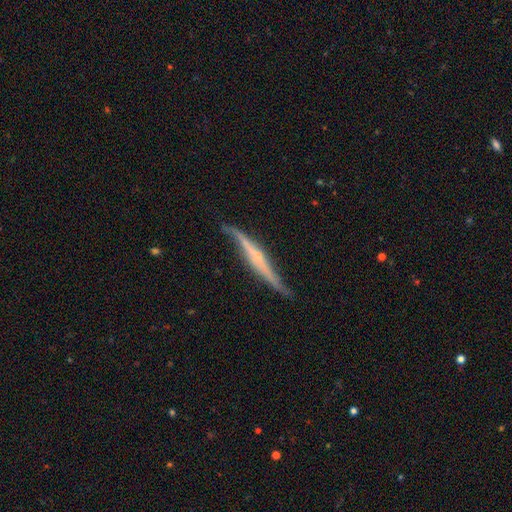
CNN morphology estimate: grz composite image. It shows a featured or disk galaxy (80%) viewed edge-on (79%) with a rounded central bulge (64%). Merging: none (64%).